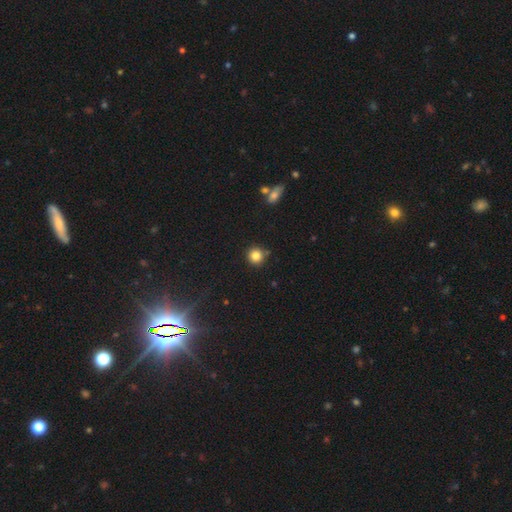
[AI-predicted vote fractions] A smooth galaxy with no disk features (83%) that is round (93%).

Vote fractions:
- Smooth or featured? smooth: 83% / star or artifact: 11% / featured or disk: 5%
- How rounded? round: 93% / in between: 6% / cigar-shaped: 1%
- Merging? none: 84% / minor disturbance: 9% / merger: 5% / major disturbance: 2%